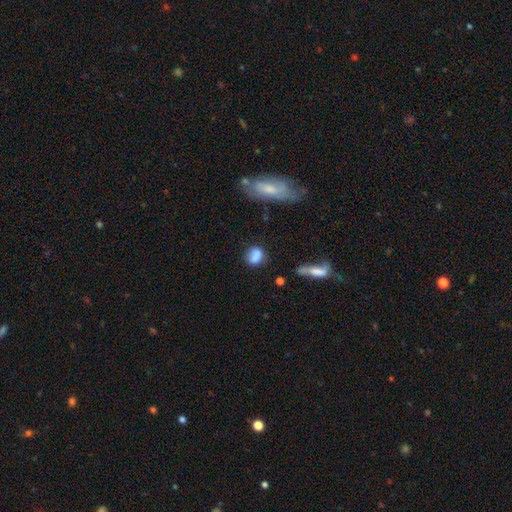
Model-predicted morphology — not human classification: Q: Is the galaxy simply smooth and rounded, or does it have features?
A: smooth — 80%.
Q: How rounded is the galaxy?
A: in between — 52%.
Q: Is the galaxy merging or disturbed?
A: none — 64%.